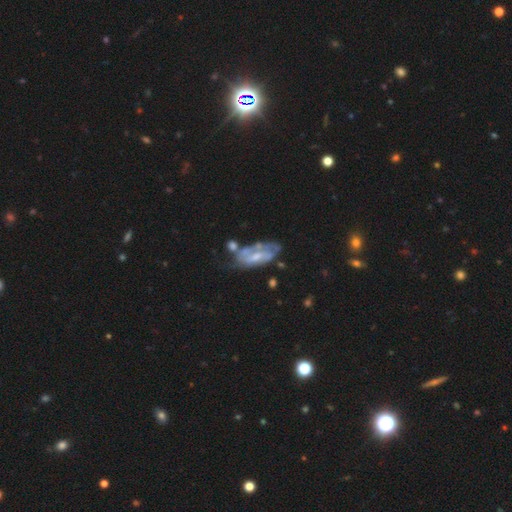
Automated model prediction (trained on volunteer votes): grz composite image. It shows a featured or disk galaxy (65%) with no bar (47%), spiral arms (59%) and a small central bulge (45%). Merging: none (35%).